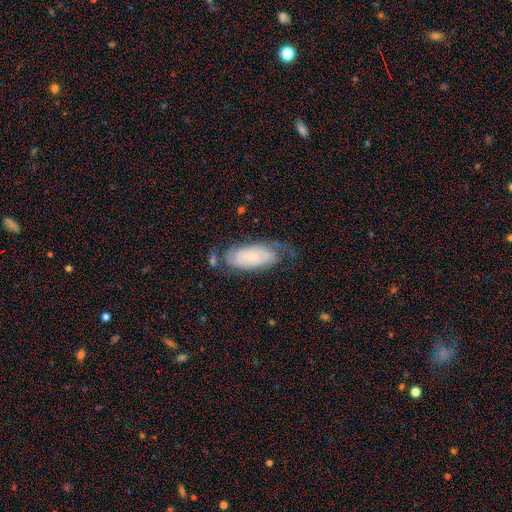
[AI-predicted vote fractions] A featured or disk galaxy (62%) with no bar (69%), spiral arms (88%) and a small central bulge (60%).

Vote fractions:
- Smooth or featured? featured or disk: 62% / smooth: 30% / star or artifact: 9%
- Edge-on disk? no: 90% / yes: 10%
- Bar? no: 69% / weak: 23% / strong: 8%
- Spiral arms? yes: 88% / no: 12%
- Bulge size? small: 60% / none: 16% / moderate: 15% / large: 5% / dominant: 3%
- Merging? none: 60% / minor disturbance: 23% / major disturbance: 14% / merger: 3%